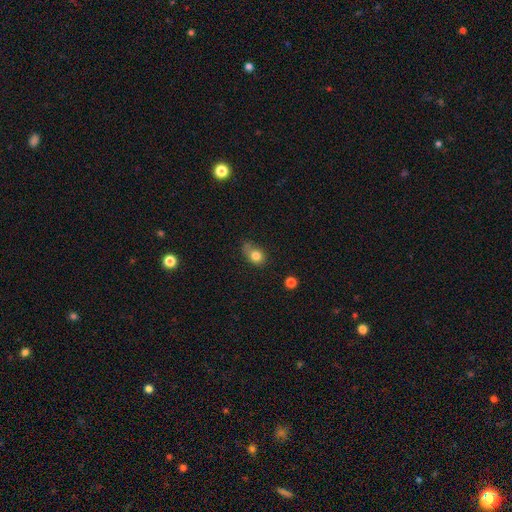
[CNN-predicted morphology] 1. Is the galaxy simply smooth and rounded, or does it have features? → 79% smooth, 11% featured or disk, 10% star or artifact.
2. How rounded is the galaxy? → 53% in between, 45% round, 2% cigar-shaped.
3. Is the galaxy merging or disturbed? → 41% none, 36% minor disturbance, 17% major disturbance, 6% merger.